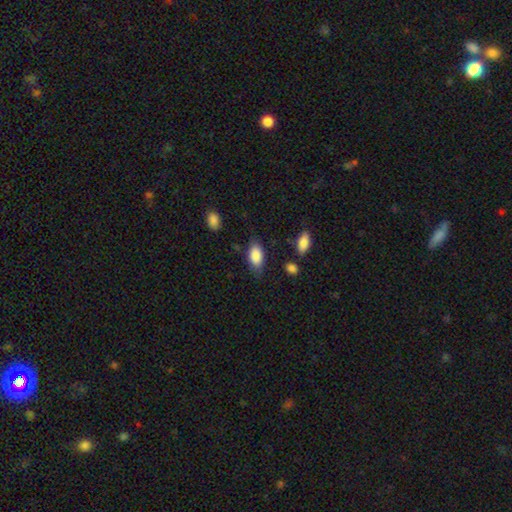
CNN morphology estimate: Overall: smooth (86%). How rounded: in between (91%). Merging: none (72%).